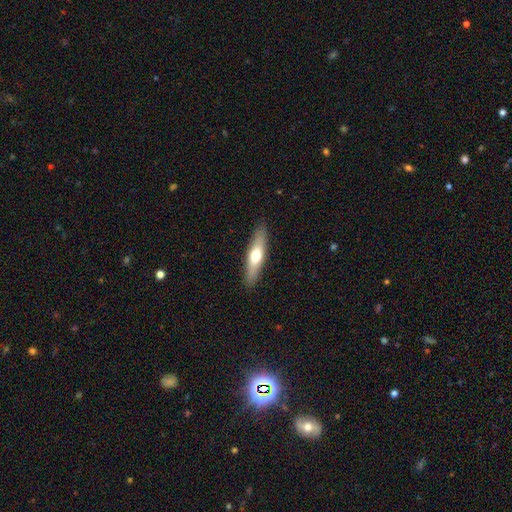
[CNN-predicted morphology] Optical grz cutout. It shows a smooth galaxy with no disk features (55%) that is cigar-shaped (71%). Merging: none (89%).